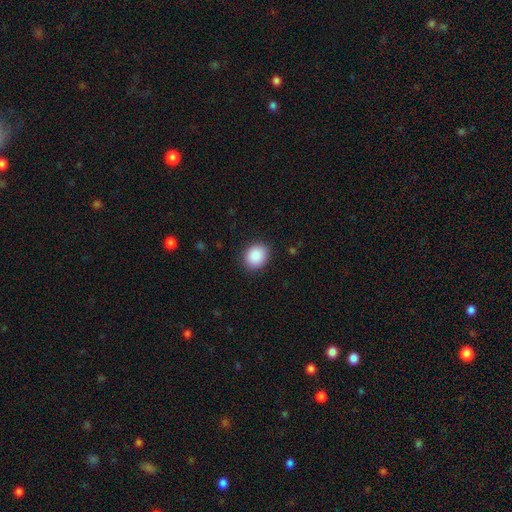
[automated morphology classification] This appears to be a smooth galaxy with no disk features (89%) that is round (61%). Merging: none (87%).